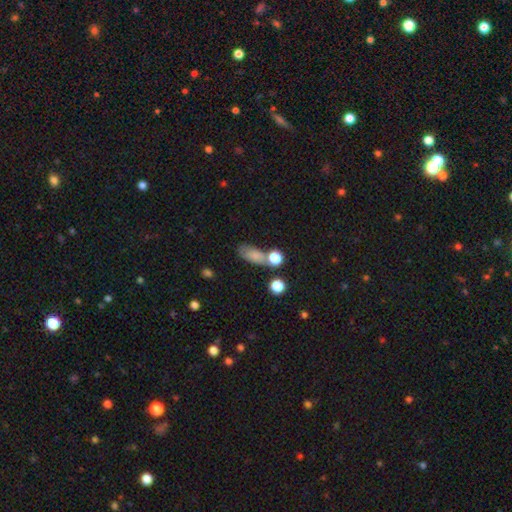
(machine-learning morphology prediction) A smooth galaxy with no disk features (75%) that is in between round and cigar-shaped (75%).

Vote fractions:
- Smooth or featured? smooth: 75% / featured or disk: 12% / star or artifact: 12%
- How rounded? in between: 75% / cigar-shaped: 14% / round: 12%
- Merging? none: 52% / merger: 22% / minor disturbance: 18% / major disturbance: 9%